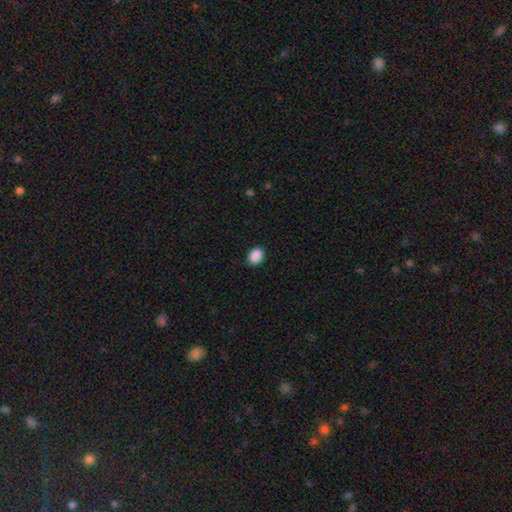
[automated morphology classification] Overall: smooth (90%). How rounded: in between (70%). Merging: none (90%).